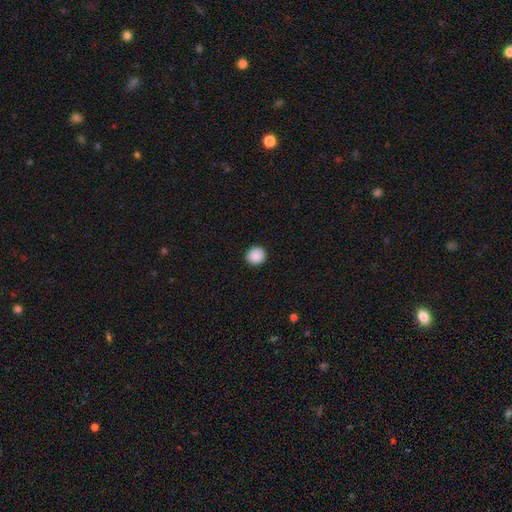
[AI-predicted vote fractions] Smooth or featured: smooth — 89% (star or artifact — 8%)
How rounded: round — 89% (in between — 10%)
Merging: none — 92% (minor disturbance — 5%)